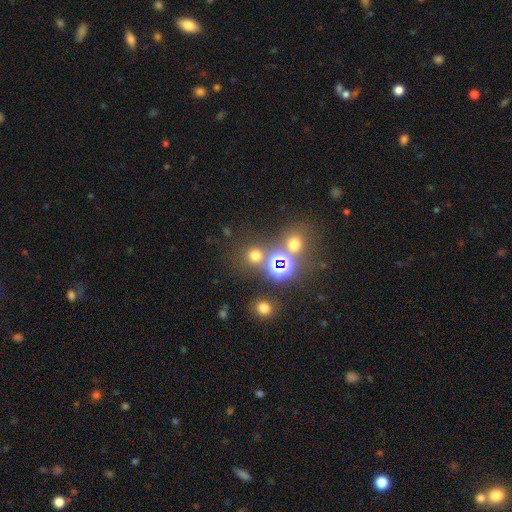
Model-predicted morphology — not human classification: This appears to be a smooth galaxy with no disk features (62%) that is round (89%). Merging: none (73%).